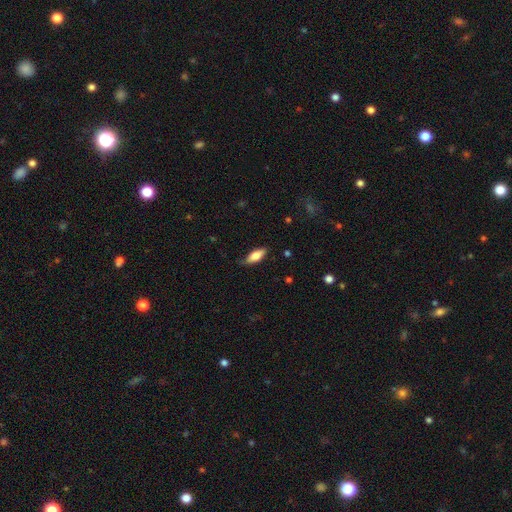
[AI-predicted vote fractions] A smooth galaxy with no disk features (74%) that is in between round and cigar-shaped (69%). Merging: none (73%).